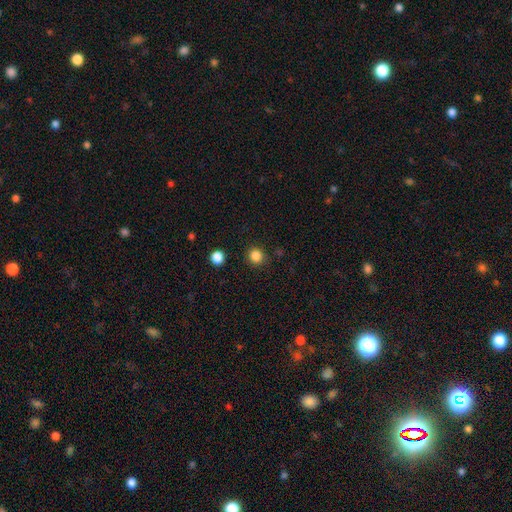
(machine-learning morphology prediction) Smooth or featured?
  - smooth: 84% *
  - star or artifact: 12%
  - featured or disk: 3%
How rounded?
  - round: 93% *
  - in between: 6%
  - cigar-shaped: 1%
Merging?
  - none: 90% *
  - minor disturbance: 6%
  - major disturbance: 2%
  - merger: 2%